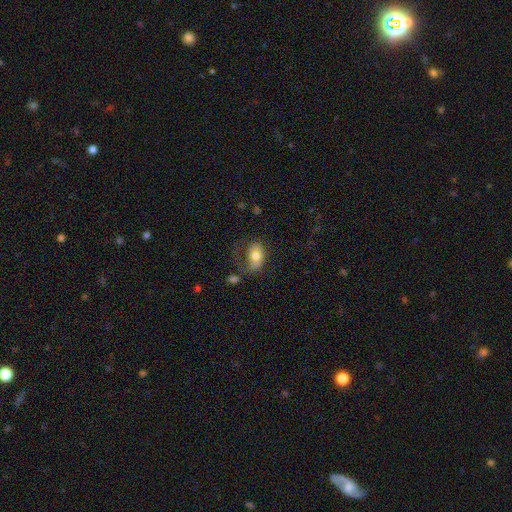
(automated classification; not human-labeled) Q: Smooth or featured?
A: smooth (68%); runner-up: featured or disk (24%)
Q: How rounded?
A: in between (85%); runner-up: round (13%)
Q: Merging?
A: none (42%); runner-up: major disturbance (29%)